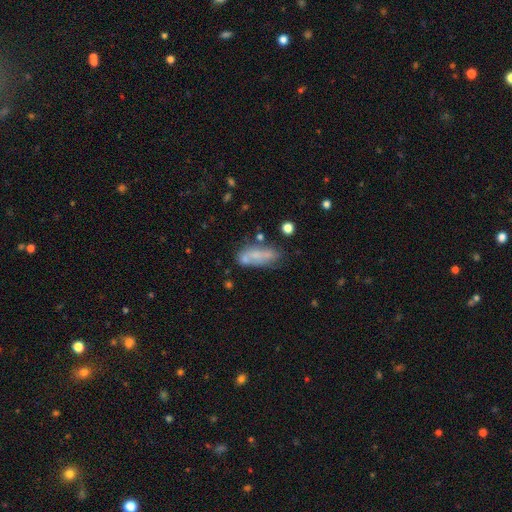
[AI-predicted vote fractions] This appears to be a smooth galaxy with no disk features (55%) that is in between round and cigar-shaped (64%). Merging: none (50%).